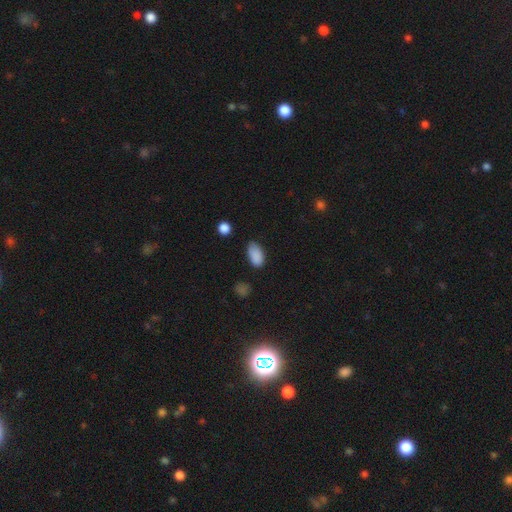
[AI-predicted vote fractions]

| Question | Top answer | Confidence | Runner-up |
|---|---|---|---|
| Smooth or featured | smooth | 87% | star or artifact (9%) |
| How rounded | in between | 93% | round (5%) |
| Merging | none | 70% | minor disturbance (23%) |